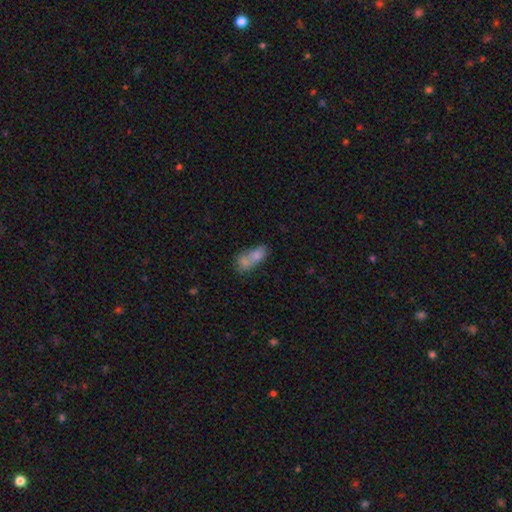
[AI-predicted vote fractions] Smooth or featured?
  - smooth: 67% *
  - featured or disk: 22%
  - star or artifact: 11%
How rounded?
  - in between: 71% *
  - round: 18%
  - cigar-shaped: 11%
Merging?
  - merger: 63% *
  - none: 22%
  - minor disturbance: 9%
  - major disturbance: 7%